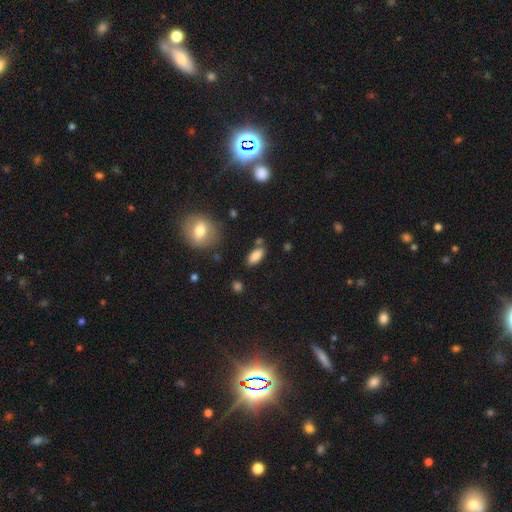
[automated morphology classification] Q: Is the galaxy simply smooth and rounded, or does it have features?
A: smooth — 85%.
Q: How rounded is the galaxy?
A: in between — 86%.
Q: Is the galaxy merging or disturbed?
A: none — 75%.